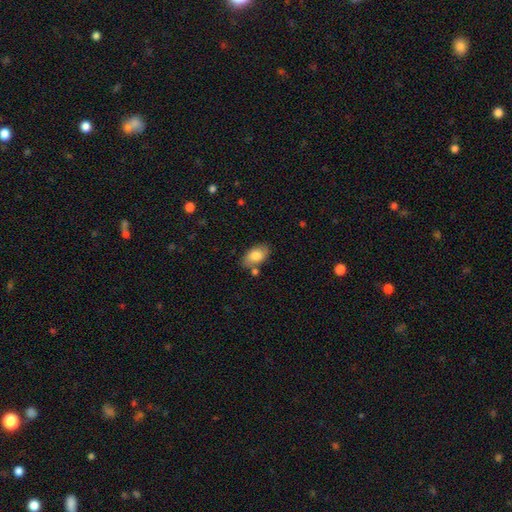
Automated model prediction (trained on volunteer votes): The model was most divided on "merging": none: 74%, minor disturbance: 15%, merger: 7%, major disturbance: 3%. More confident: how rounded — in between (93%); smooth or featured — smooth (79%).